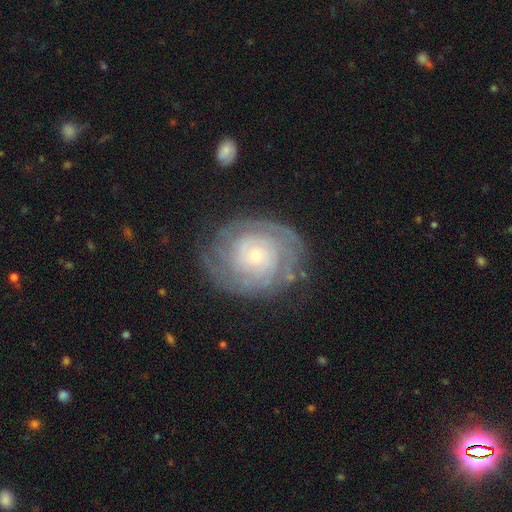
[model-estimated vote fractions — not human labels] Smooth or featured? featured or disk (82%)
Edge-on disk? no (97%)
Bar? no (81%)
Spiral arms? yes (93%)
Spiral winding? tight (78%)
Spiral arm count? can't tell (39%)
Bulge size? small (78%)
Merging? none (76%)